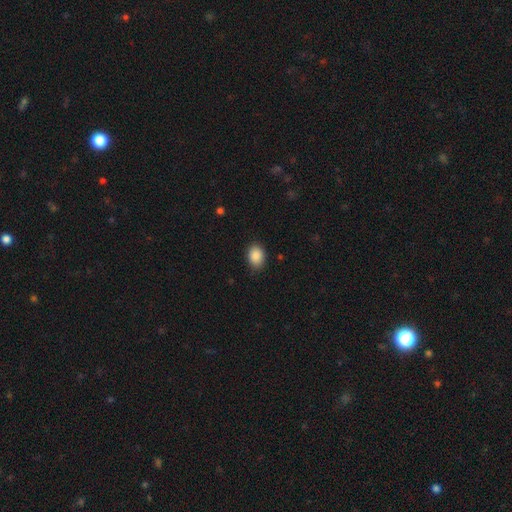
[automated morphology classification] Smooth or featured: smooth — 88% (star or artifact — 8%)
How rounded: in between — 71% (round — 28%)
Merging: none — 85% (minor disturbance — 12%)